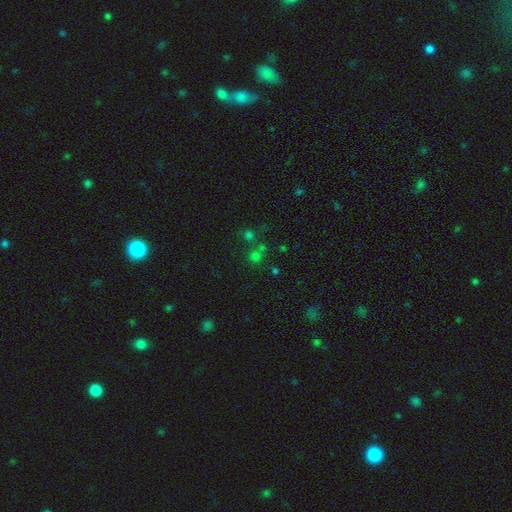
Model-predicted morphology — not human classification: Overall: smooth (49%; star or artifact 42%). Merging: none (61%; merger 27%).